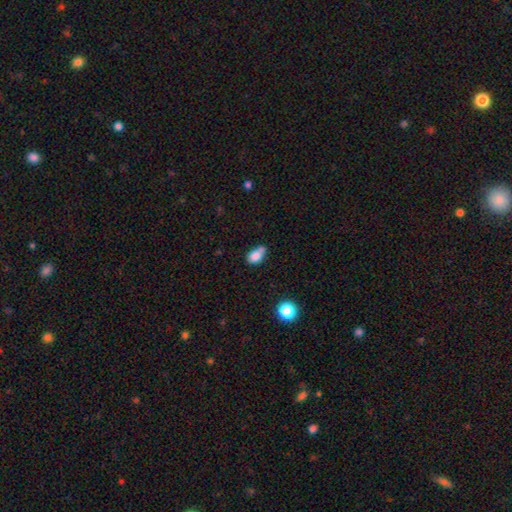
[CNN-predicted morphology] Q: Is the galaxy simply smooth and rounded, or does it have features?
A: smooth — 79%.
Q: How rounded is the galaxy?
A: in between — 76%.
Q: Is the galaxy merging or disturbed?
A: none — 38%.